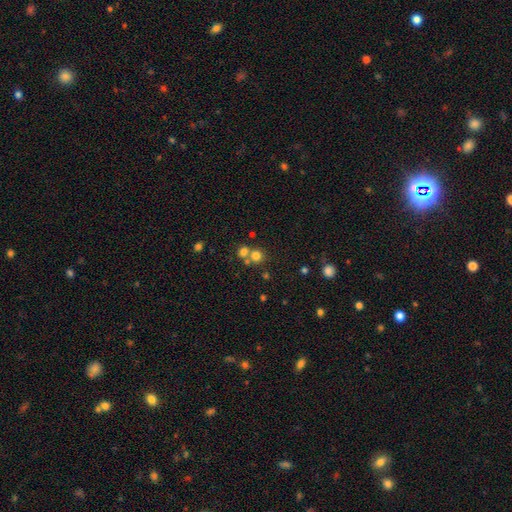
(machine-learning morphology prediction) smooth_or_featured: smooth (p=0.73) [alt: star or artifact p=0.17]
how_rounded: round (p=0.87) [alt: in between p=0.12]
merging: none (p=0.50) [alt: merger p=0.41]